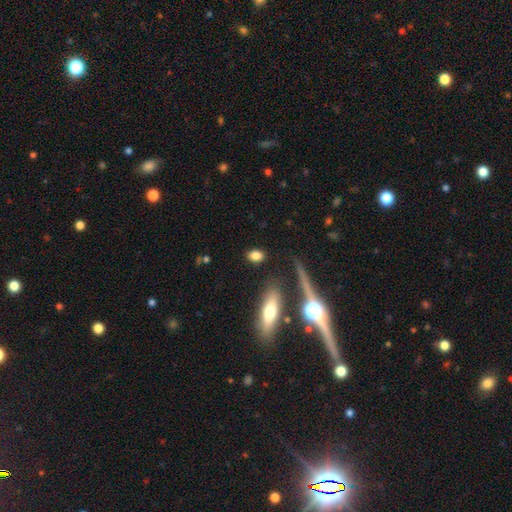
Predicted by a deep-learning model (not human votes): Smooth or featured?
  - smooth: 82% *
  - star or artifact: 9%
  - featured or disk: 8%
How rounded?
  - in between: 73% *
  - round: 22%
  - cigar-shaped: 5%
Merging?
  - none: 84% *
  - minor disturbance: 10%
  - major disturbance: 3%
  - merger: 3%